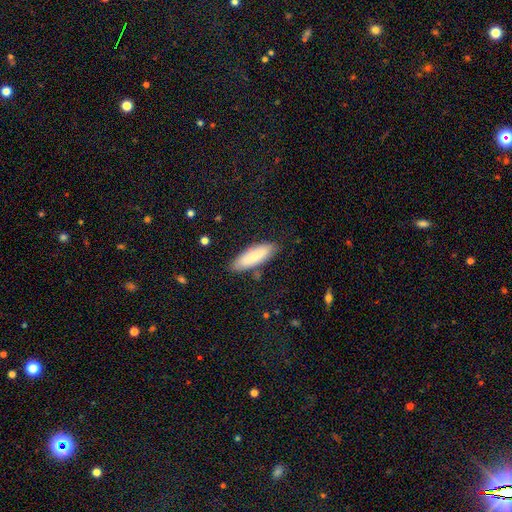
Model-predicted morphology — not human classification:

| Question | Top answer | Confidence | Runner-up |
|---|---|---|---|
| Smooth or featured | smooth | 79% | featured or disk (15%) |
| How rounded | in between | 53% | cigar-shaped (45%) |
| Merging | none | 83% | minor disturbance (12%) |